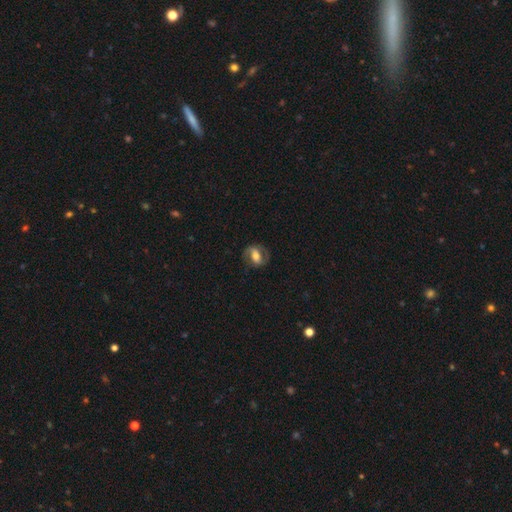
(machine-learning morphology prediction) Smooth or featured? featured or disk (60%)
Edge-on disk? no (95%)
Bar? strong (38%)
Spiral arms? yes (78%)
Bulge size? moderate (52%)
Merging? none (70%)